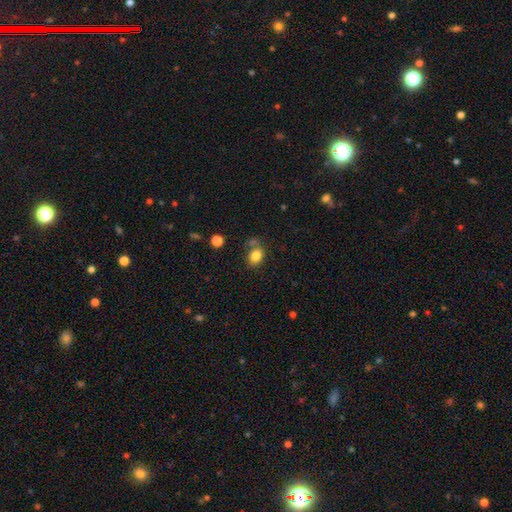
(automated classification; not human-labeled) Smooth or featured? Predicted: smooth (p=0.82). How rounded? Predicted: in between (p=0.62). Merging? Predicted: none (p=0.61).